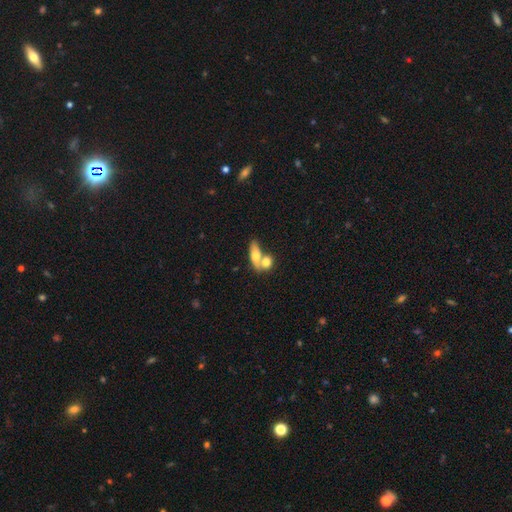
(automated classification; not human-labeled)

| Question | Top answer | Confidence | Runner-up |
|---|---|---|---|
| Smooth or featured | smooth | 64% | featured or disk (29%) |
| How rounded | in between | 68% | cigar-shaped (19%) |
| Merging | merger | 58% | none (28%) |